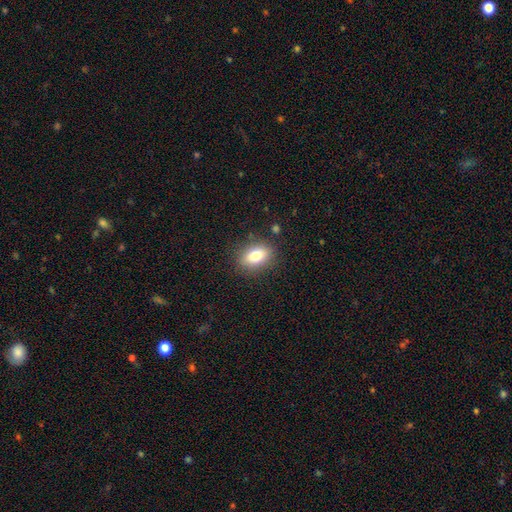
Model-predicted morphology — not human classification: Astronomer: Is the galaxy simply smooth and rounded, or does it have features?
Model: smooth — 78%.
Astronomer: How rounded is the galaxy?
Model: in between — 78%.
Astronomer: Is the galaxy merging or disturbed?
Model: none — 85%.